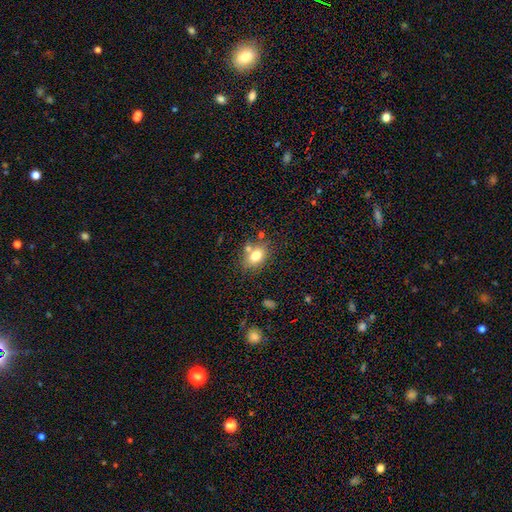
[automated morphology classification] This is likely a smooth galaxy (76%). How rounded: likely in between (72%). Merging: likely none (67%).